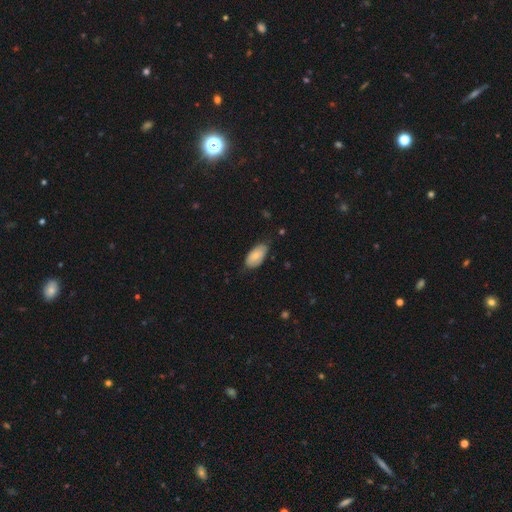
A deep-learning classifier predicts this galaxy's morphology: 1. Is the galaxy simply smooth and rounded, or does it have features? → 76% smooth, 17% featured or disk, 6% star or artifact.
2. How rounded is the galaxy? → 94% in between, 3% round, 3% cigar-shaped.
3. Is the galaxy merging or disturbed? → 69% none, 26% minor disturbance, 4% major disturbance, 1% merger.